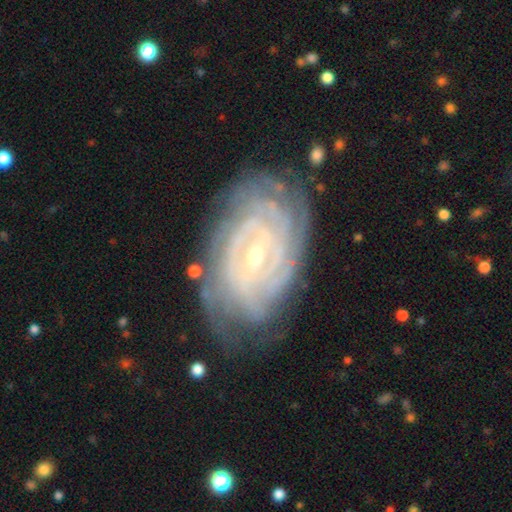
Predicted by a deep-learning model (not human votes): A featured or disk galaxy (90%) with a weak bar (46%), tight (84%) spiral arms (98%) and a small central bulge (66%). Merging: none (76%).